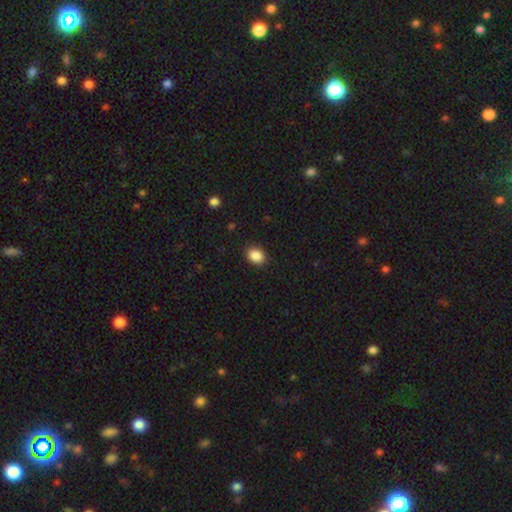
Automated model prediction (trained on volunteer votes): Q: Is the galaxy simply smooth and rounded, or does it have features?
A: smooth — 88%.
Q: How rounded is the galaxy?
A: in between — 69%.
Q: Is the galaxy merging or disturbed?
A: none — 89%.